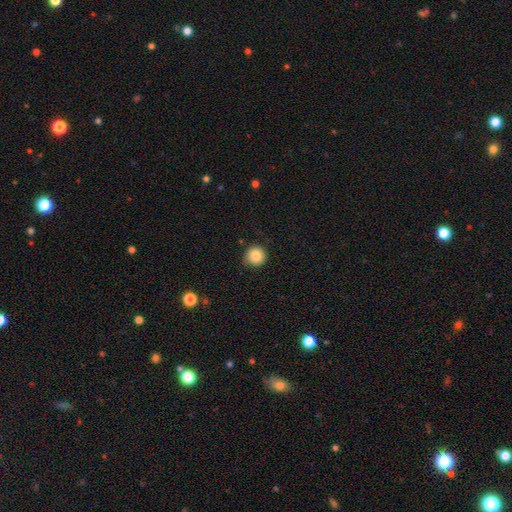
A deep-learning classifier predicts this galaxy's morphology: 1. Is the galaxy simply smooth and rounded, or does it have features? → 87% smooth, 9% star or artifact, 4% featured or disk.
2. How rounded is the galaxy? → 93% round, 6% in between, 1% cigar-shaped.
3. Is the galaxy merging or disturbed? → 83% none, 13% minor disturbance, 2% major disturbance, 1% merger.